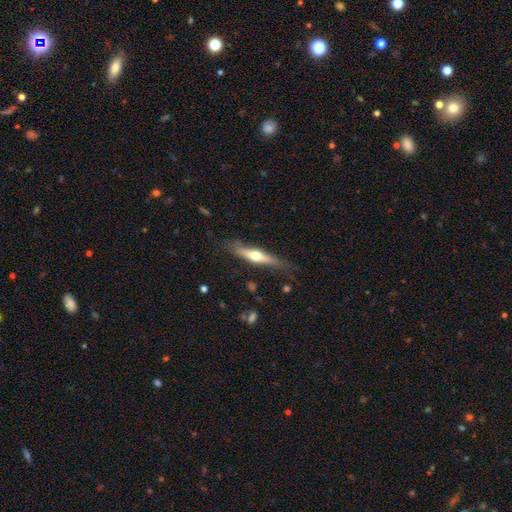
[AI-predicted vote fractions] smooth-or-featured: featured or disk: 57% | smooth: 37% | star or artifact: 5%
  disk-edge-on: yes: 92% | no: 8%
    edge-on-bulge: rounded: 92% | none: 5% | boxy: 3%
  merging: none: 76% | minor disturbance: 17% | major disturbance: 5% | merger: 2%